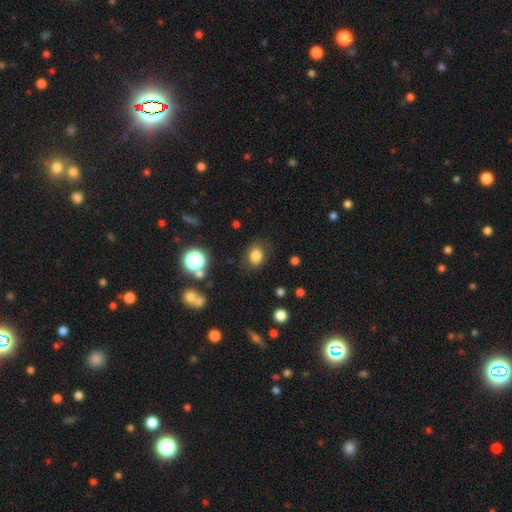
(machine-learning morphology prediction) This is likely a smooth galaxy (80%). How rounded: possibly in between (50%). Merging: likely none (79%).